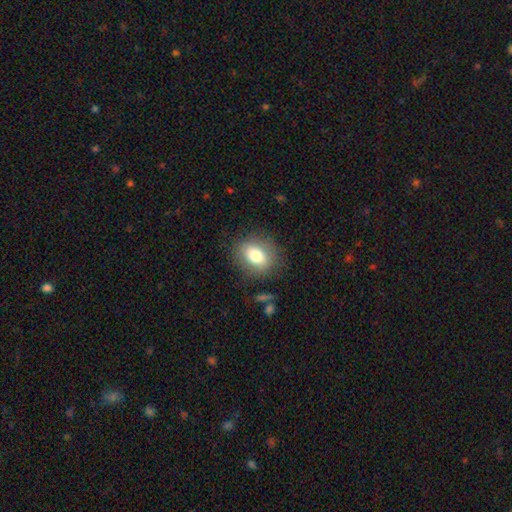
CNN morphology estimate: This is likely a smooth galaxy (76%). How rounded: possibly in between (55%). Merging: clearly none (83%).